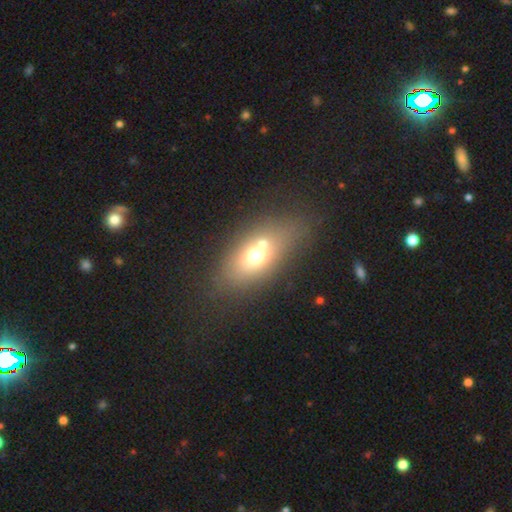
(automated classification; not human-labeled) Q: Smooth or featured?
A: smooth (62%); runner-up: featured or disk (25%)
Q: How rounded?
A: in between (78%); runner-up: round (14%)
Q: Merging?
A: none (56%); runner-up: merger (24%)